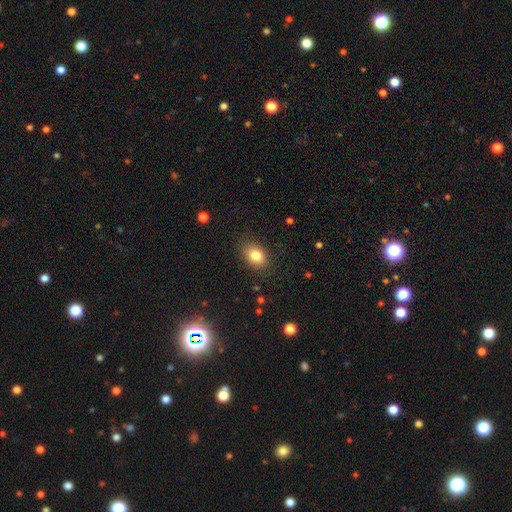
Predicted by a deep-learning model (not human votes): A smooth galaxy with no disk features (82%) that is in between round and cigar-shaped (71%). Merging: none (85%).